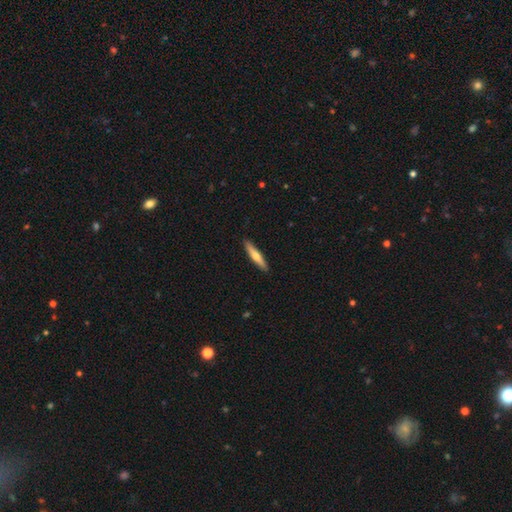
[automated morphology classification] smooth-or-featured: smooth: 52% | featured or disk: 43% | star or artifact: 5%
  how-rounded: cigar-shaped: 89% | in between: 10% | round: 2%
  merging: none: 91% | minor disturbance: 7% | major disturbance: 1% | merger: 1%